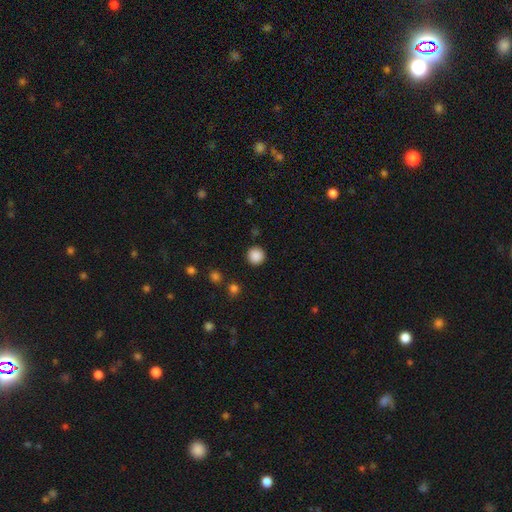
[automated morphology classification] Q: Smooth or featured?
A: smooth (87%); runner-up: star or artifact (10%)
Q: How rounded?
A: round (95%); runner-up: in between (4%)
Q: Merging?
A: none (90%); runner-up: minor disturbance (6%)